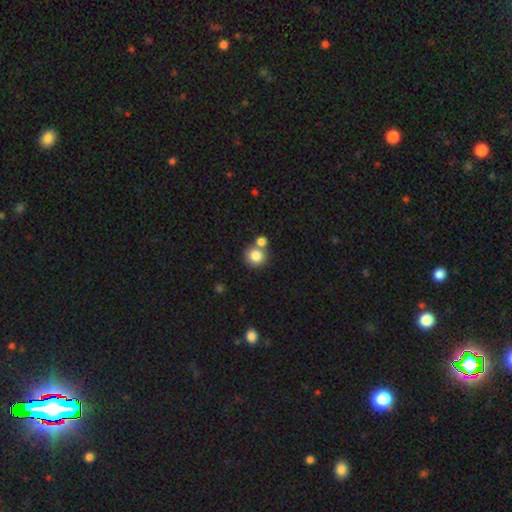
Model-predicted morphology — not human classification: Smooth or featured: smooth — 83% (star or artifact — 10%)
How rounded: round — 90% (in between — 9%)
Merging: none — 59% (merger — 30%)